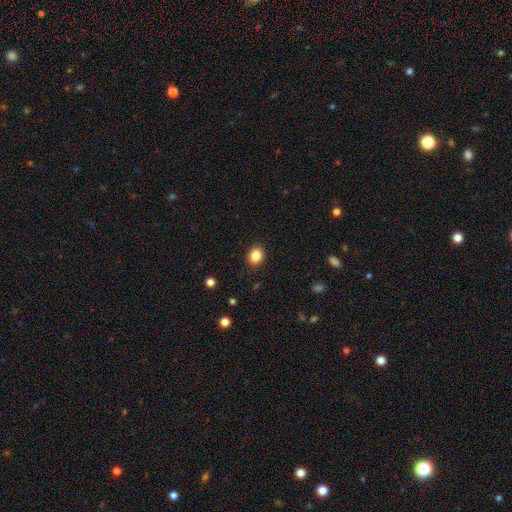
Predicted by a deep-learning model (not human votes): A smooth galaxy with no disk features (85%) that is round (57%). Merging: none (90%).